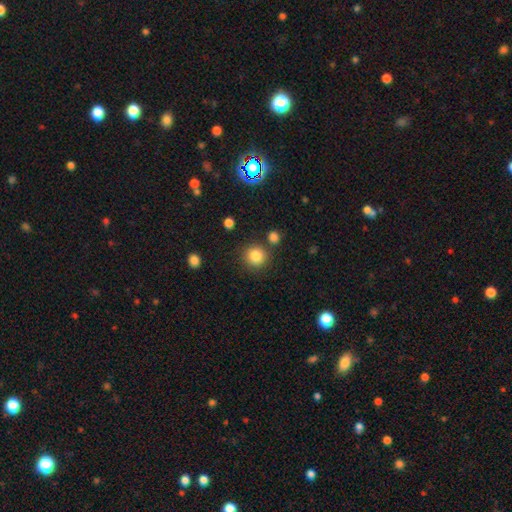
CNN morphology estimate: smooth 84%, star or artifact 11%, featured or disk 5%. Down the decision tree: how rounded — round (93%); merging — none (83%).